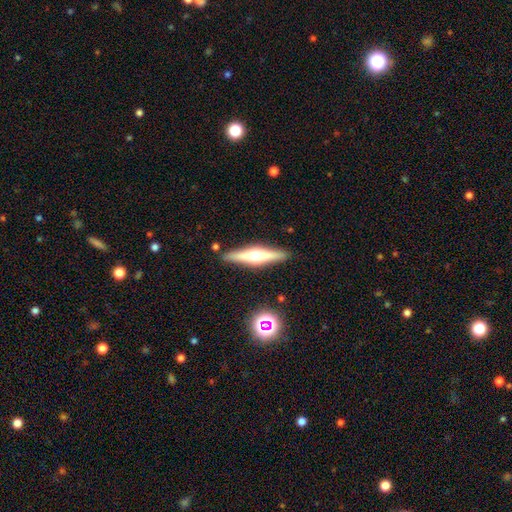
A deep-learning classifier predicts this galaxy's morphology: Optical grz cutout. It shows a featured or disk galaxy (69%) viewed edge-on (96%) with a rounded central bulge (93%). Merging: none (89%).